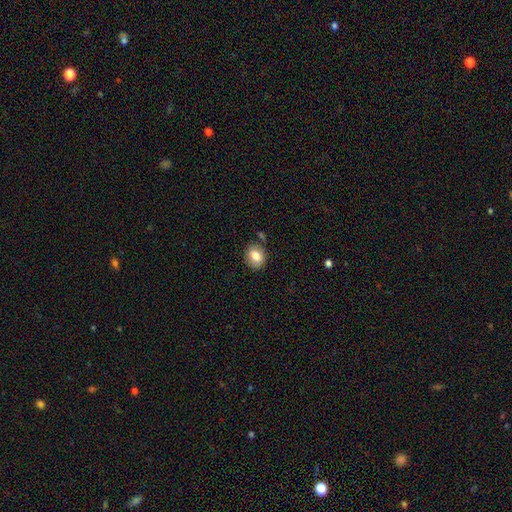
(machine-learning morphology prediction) A smooth galaxy with no disk features (82%) that is round (53%). Merging: none (80%).